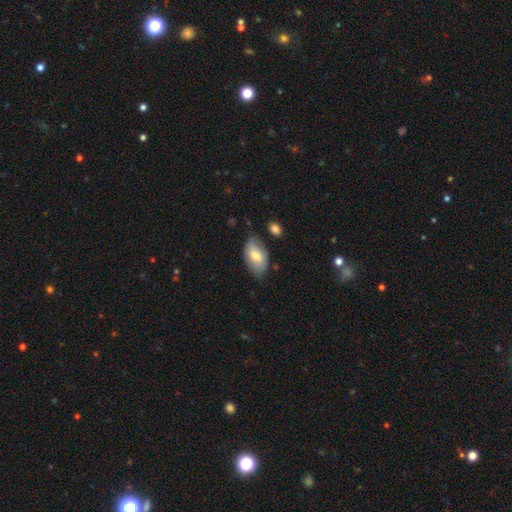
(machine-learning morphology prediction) smooth 70%, featured or disk 24%, star or artifact 6%. Down the decision tree: how rounded — in between (93%); merging — none (70%).